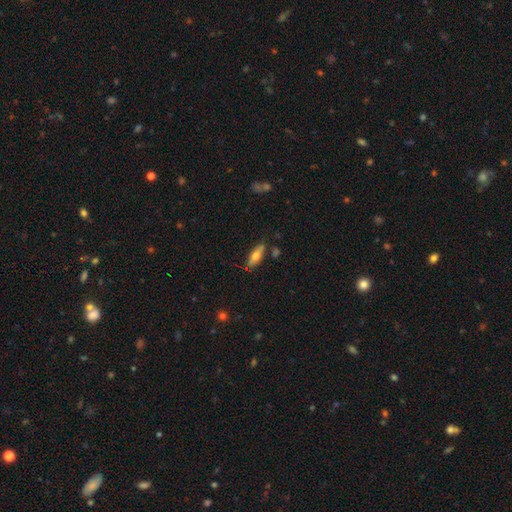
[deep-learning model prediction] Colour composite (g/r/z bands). It shows a smooth galaxy with no disk features (62%) that is in between round and cigar-shaped (56%). Merging: none (74%).